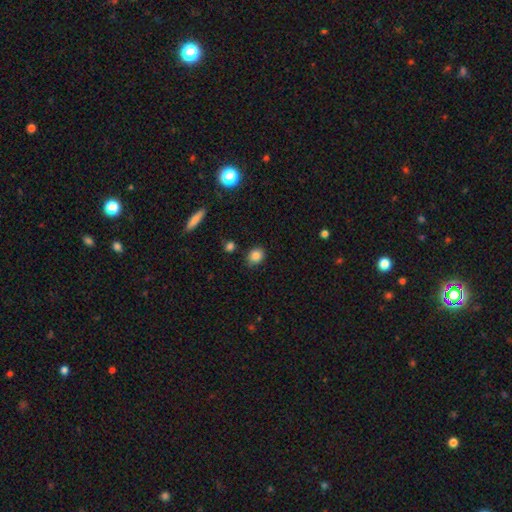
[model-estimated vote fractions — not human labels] Morphology: type=smooth (85%); roundness=round (61%); merging=none (80%).